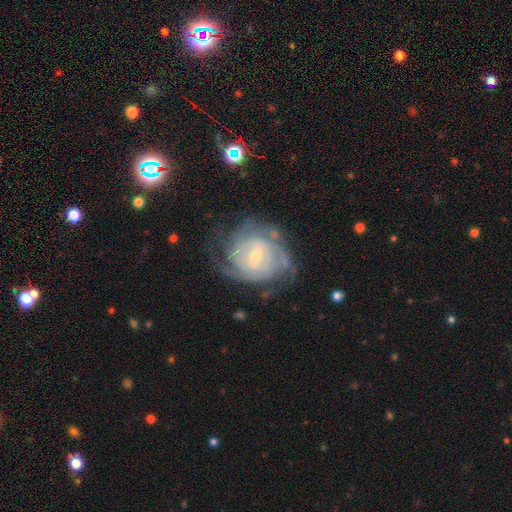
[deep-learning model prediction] Smooth or featured?
  - featured or disk: 82% *
  - smooth: 11%
  - star or artifact: 6%
Edge-on disk?
  - no: 97% *
  - yes: 3%
Bar?
  - weak: 46% *
  - no: 44%
  - strong: 10%
Spiral arms?
  - yes: 90% *
  - no: 10%
Spiral winding?
  - tight: 70% *
  - medium: 24%
  - loose: 7%
Spiral arm count?
  - can't tell: 46% *
  - 2: 20%
  - 3: 14%
  - 4: 9%
  - more than 4: 5%
  - 1: 5%
Bulge size?
  - small: 58% *
  - moderate: 38%
  - large: 2%
  - none: 1%
  - dominant: 1%
Merging?
  - none: 63% *
  - minor disturbance: 21%
  - major disturbance: 13%
  - merger: 2%